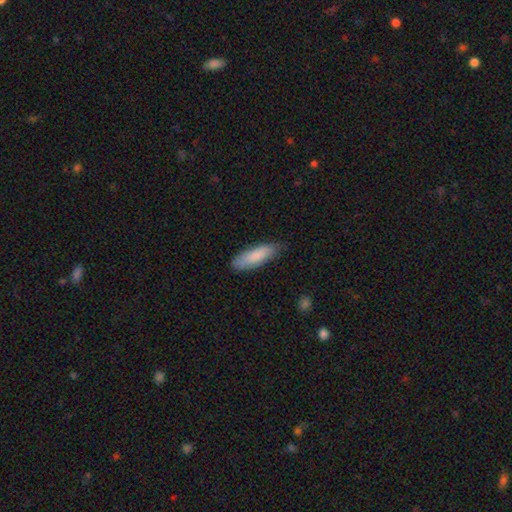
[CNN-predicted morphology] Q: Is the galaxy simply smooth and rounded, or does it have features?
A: smooth — 85%.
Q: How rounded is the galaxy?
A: cigar-shaped — 53%.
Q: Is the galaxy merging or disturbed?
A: none — 82%.